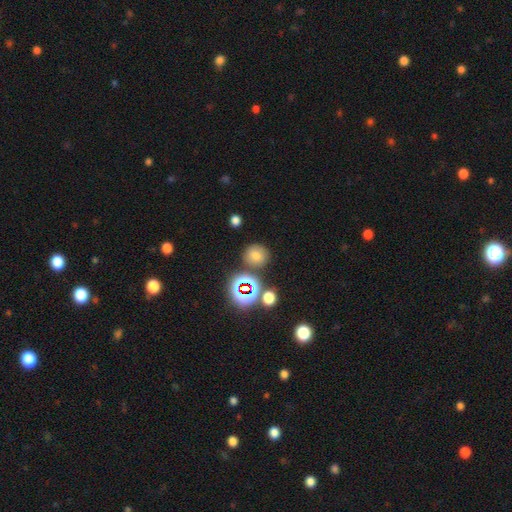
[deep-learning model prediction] This is likely a smooth galaxy (63%). How rounded: clearly round (82%). Merging: clearly none (81%).